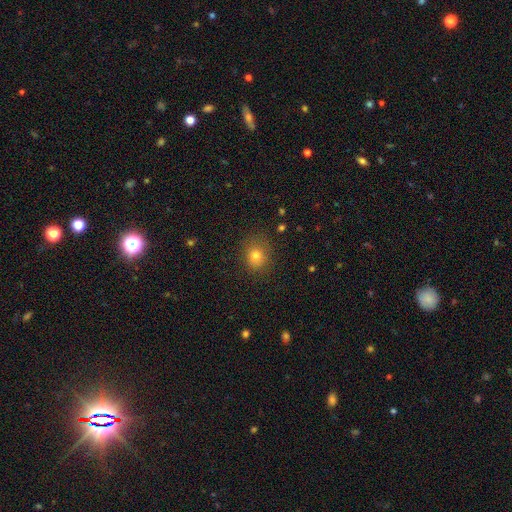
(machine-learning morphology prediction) Q: Smooth or featured?
A: smooth (77%); runner-up: star or artifact (14%)
Q: How rounded?
A: round (67%); runner-up: in between (32%)
Q: Merging?
A: none (81%); runner-up: minor disturbance (13%)